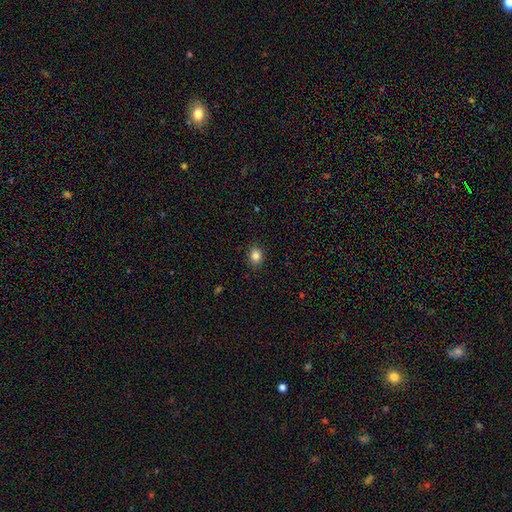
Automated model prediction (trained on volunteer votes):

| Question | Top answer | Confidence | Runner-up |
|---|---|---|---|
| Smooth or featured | smooth | 83% | star or artifact (11%) |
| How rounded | round | 62% | in between (37%) |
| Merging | none | 89% | minor disturbance (8%) |